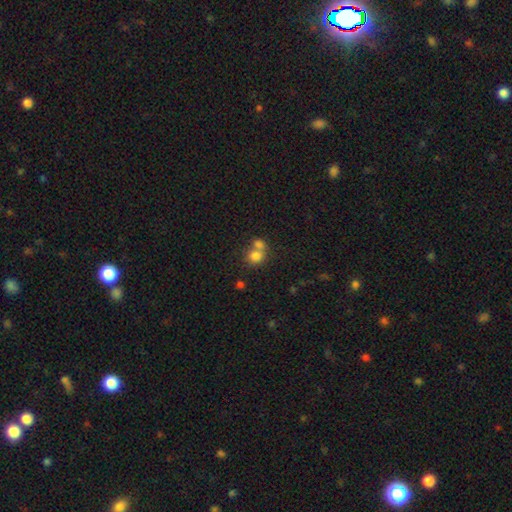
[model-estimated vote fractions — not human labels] This appears to be a smooth galaxy with no disk features (78%) that is round (60%). Merging: merger (54%).